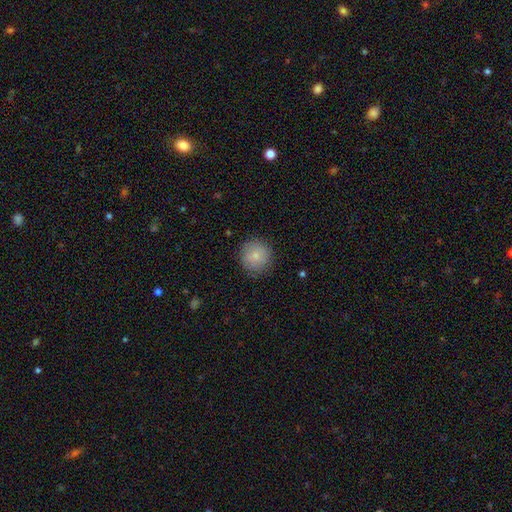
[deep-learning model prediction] smooth-or-featured: smooth: 82% | featured or disk: 11% | star or artifact: 8%
  how-rounded: round: 94% | in between: 5% | cigar-shaped: 1%
  merging: none: 86% | minor disturbance: 11% | major disturbance: 3% | merger: 1%